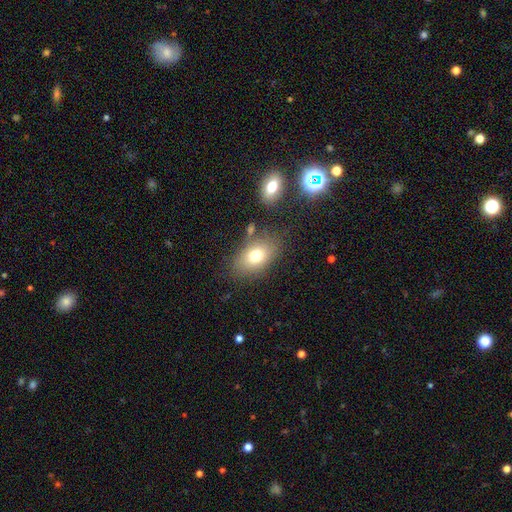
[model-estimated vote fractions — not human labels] This appears to be a smooth galaxy with no disk features (74%) that is in between round and cigar-shaped (82%). Merging: none (73%).